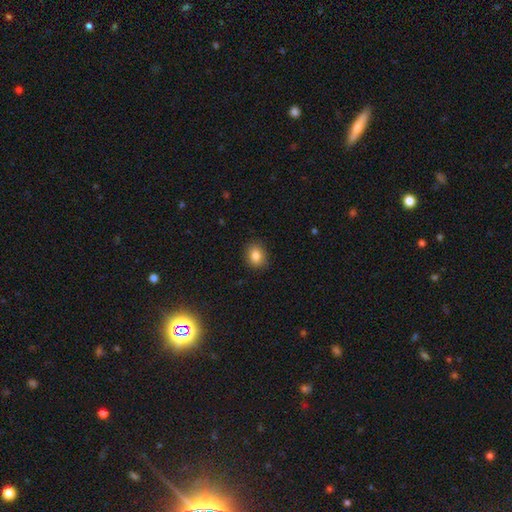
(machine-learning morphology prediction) Smooth or featured: smooth — 84% (star or artifact — 10%)
How rounded: round — 53% (in between — 46%)
Merging: none — 86% (minor disturbance — 10%)